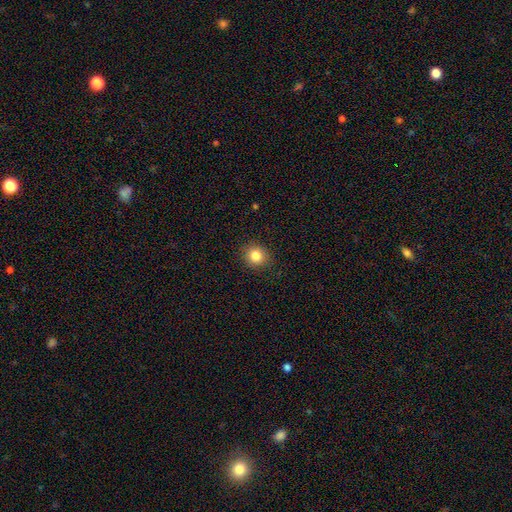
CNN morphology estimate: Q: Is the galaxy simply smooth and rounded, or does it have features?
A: smooth — 83%.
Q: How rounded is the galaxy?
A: round — 83%.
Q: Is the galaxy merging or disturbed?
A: none — 90%.